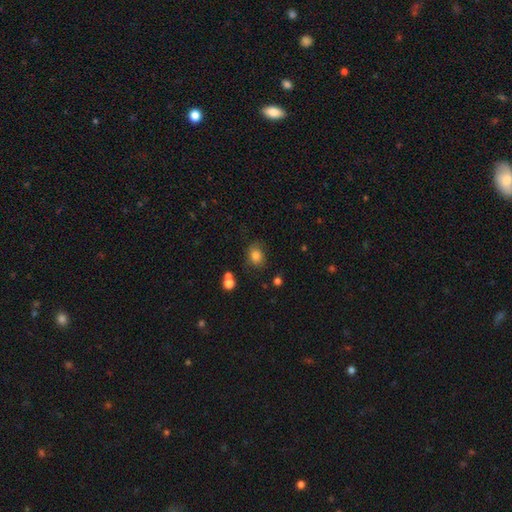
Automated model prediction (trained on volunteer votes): Smooth or featured?
  - smooth: 82% *
  - star or artifact: 11%
  - featured or disk: 7%
How rounded?
  - round: 50% *
  - in between: 49%
  - cigar-shaped: 1%
Merging?
  - none: 77% *
  - minor disturbance: 15%
  - major disturbance: 4%
  - merger: 4%